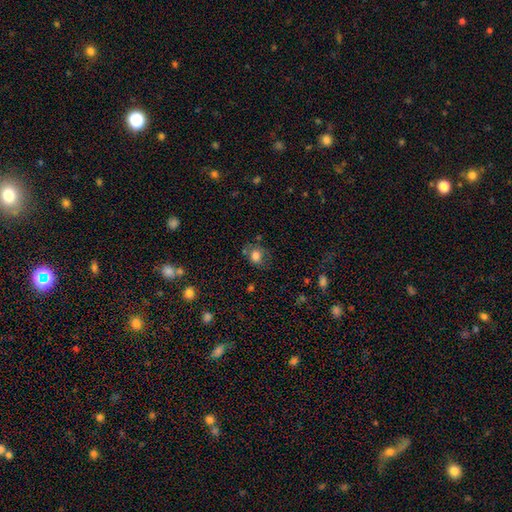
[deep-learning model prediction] smooth-or-featured: smooth: 78% | star or artifact: 11% | featured or disk: 10%
  how-rounded: round: 63% | in between: 36% | cigar-shaped: 1%
  merging: none: 61% | minor disturbance: 23% | major disturbance: 10% | merger: 6%